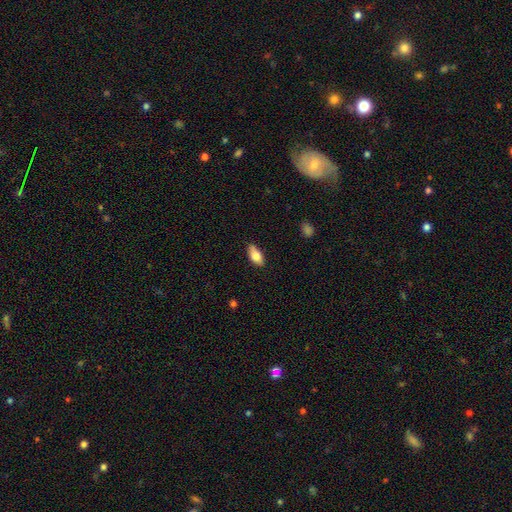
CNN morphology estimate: type=smooth (78%); roundness=in between (89%); merging=none (84%).